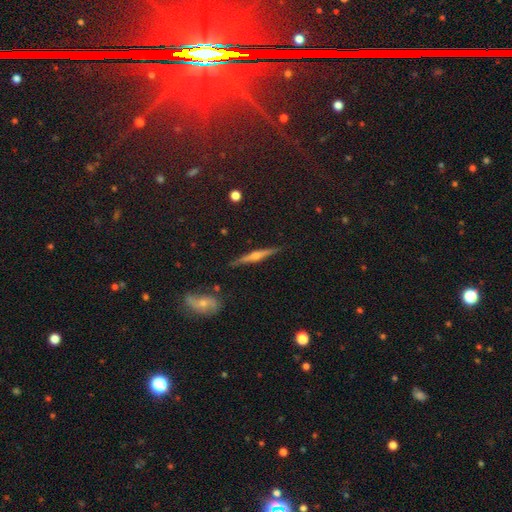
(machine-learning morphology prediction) Smooth or featured? Predicted: featured or disk (p=0.76). Edge-on disk? Predicted: yes (p=0.97). Edge-on bulge? Predicted: rounded (p=0.89). Merging? Predicted: none (p=0.88).